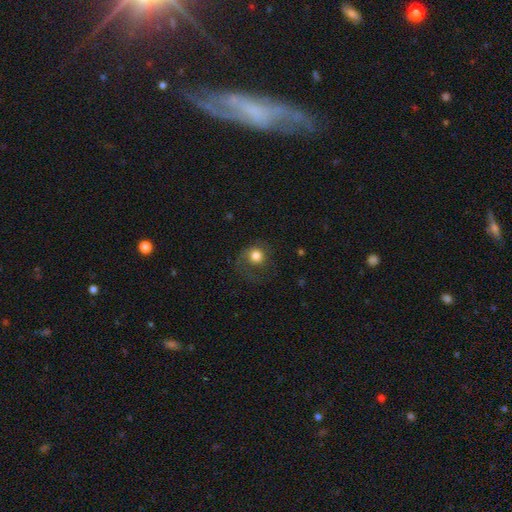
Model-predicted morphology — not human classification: The model was most divided on "merging": none: 51%, major disturbance: 27%, minor disturbance: 21%, merger: 2%. More confident: how rounded — round (84%); smooth or featured — smooth (75%).